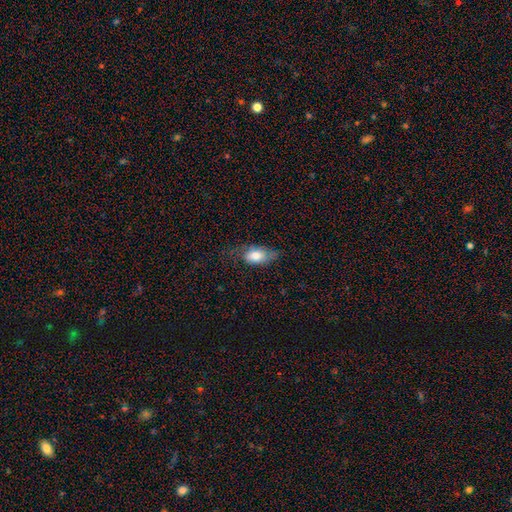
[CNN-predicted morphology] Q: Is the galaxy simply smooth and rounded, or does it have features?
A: smooth — 73%.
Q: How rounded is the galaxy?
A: in between — 89%.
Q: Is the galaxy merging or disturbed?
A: none — 51%.